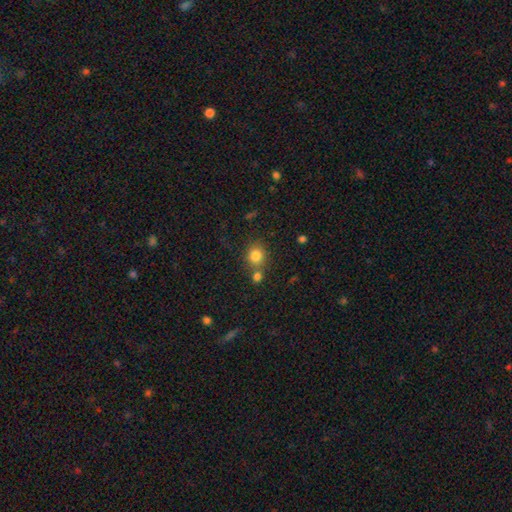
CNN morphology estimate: A smooth galaxy with no disk features (82%) that is round (82%). Merging: none (64%).